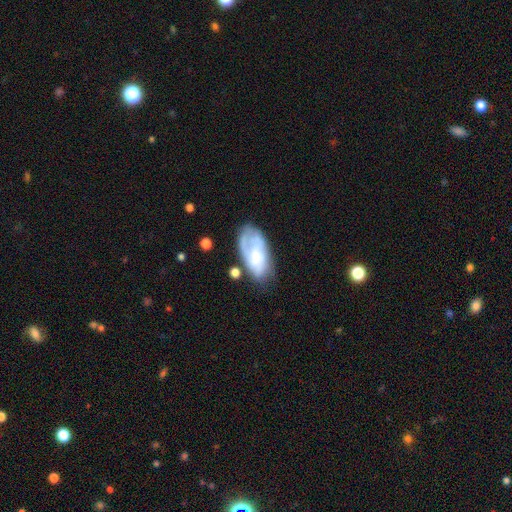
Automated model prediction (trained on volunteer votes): Smooth or featured?
  - featured or disk: 48% *
  - smooth: 45%
  - star or artifact: 7%
Merging?
  - none: 50% *
  - minor disturbance: 28%
  - major disturbance: 16%
  - merger: 6%